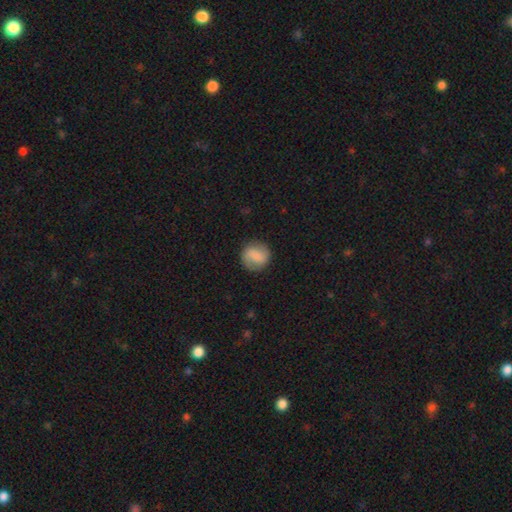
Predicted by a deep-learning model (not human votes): smooth-or-featured: smooth: 63% | featured or disk: 30% | star or artifact: 8%
  how-rounded: round: 89% | in between: 10% | cigar-shaped: 1%
  merging: none: 85% | minor disturbance: 10% | major disturbance: 4% | merger: 1%